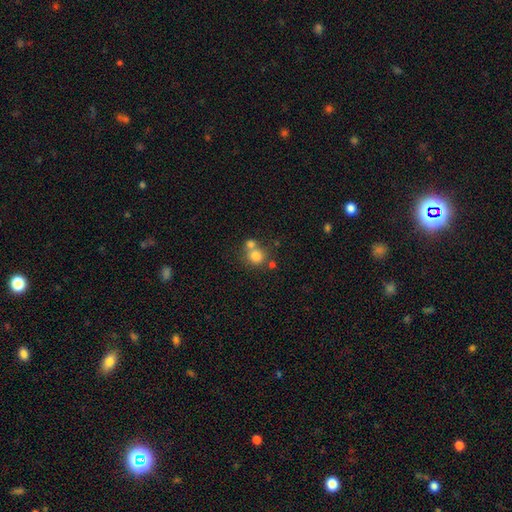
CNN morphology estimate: Q: Smooth or featured?
A: smooth (77%); runner-up: star or artifact (12%)
Q: How rounded?
A: round (88%); runner-up: in between (11%)
Q: Merging?
A: none (50%); runner-up: merger (40%)